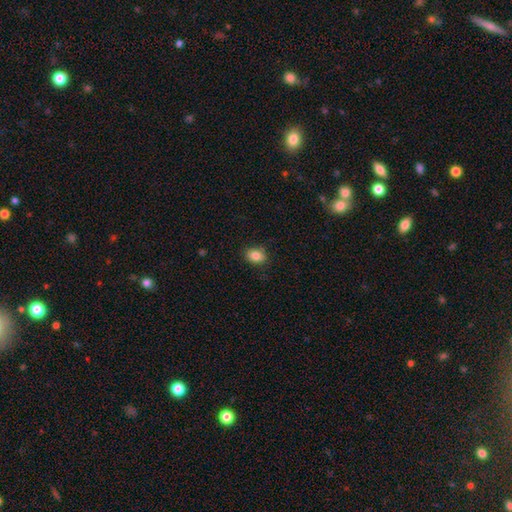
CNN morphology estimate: Smooth or featured? smooth (84%)
How rounded? in between (69%)
Merging? none (85%)